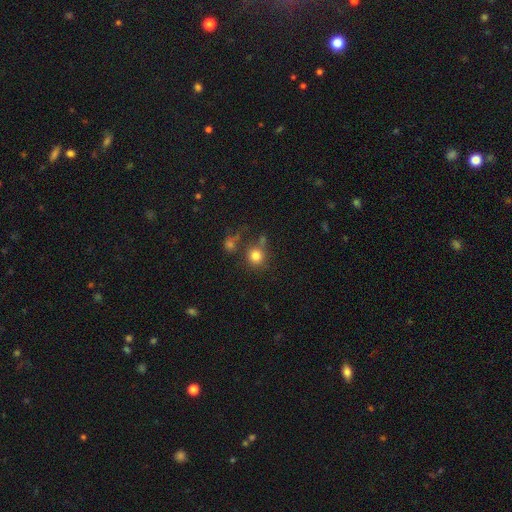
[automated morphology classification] A smooth galaxy with no disk features (80%) that is round (90%).

Vote fractions:
- Smooth or featured? smooth: 80% / star or artifact: 12% / featured or disk: 8%
- How rounded? round: 90% / in between: 9% / cigar-shaped: 1%
- Merging? none: 67% / merger: 15% / minor disturbance: 12% / major disturbance: 6%